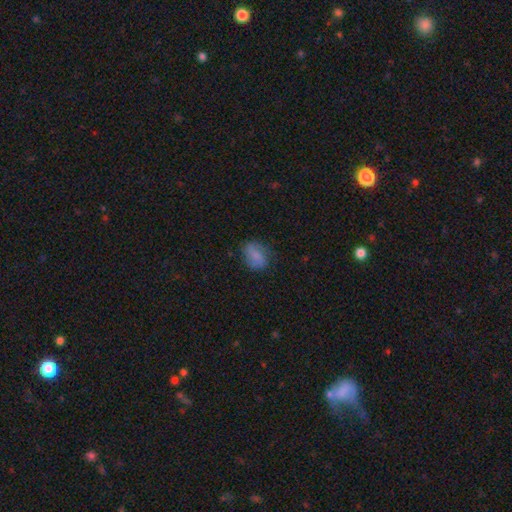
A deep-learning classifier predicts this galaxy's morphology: A smooth galaxy with no disk features (67%) that is in between round and cigar-shaped (65%).

Vote fractions:
- Smooth or featured? smooth: 67% / featured or disk: 23% / star or artifact: 9%
- How rounded? in between: 65% / round: 33% / cigar-shaped: 2%
- Merging? none: 68% / minor disturbance: 23% / major disturbance: 8% / merger: 1%